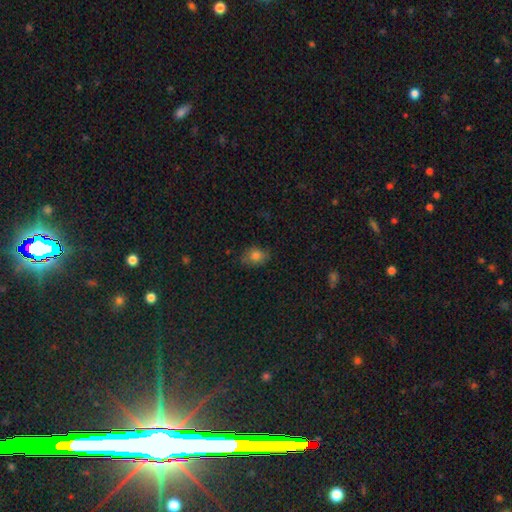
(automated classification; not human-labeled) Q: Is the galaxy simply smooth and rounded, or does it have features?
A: smooth — 79%.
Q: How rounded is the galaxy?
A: in between — 55%.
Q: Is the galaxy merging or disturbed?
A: none — 73%.